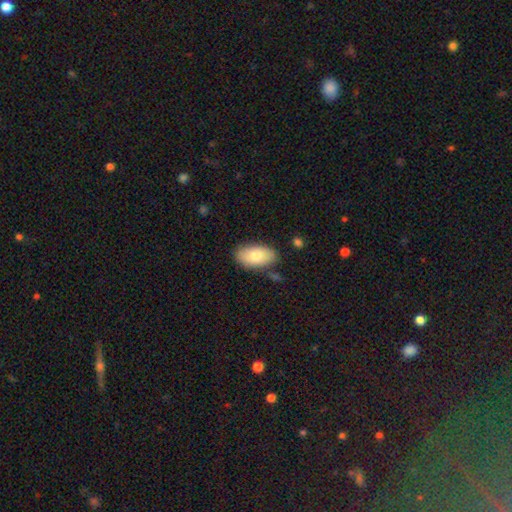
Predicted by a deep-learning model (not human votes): smooth_or_featured: smooth (p=0.78) [alt: featured or disk p=0.16]
how_rounded: in between (p=0.94) [alt: round p=0.04]
merging: none (p=0.80) [alt: minor disturbance p=0.13]